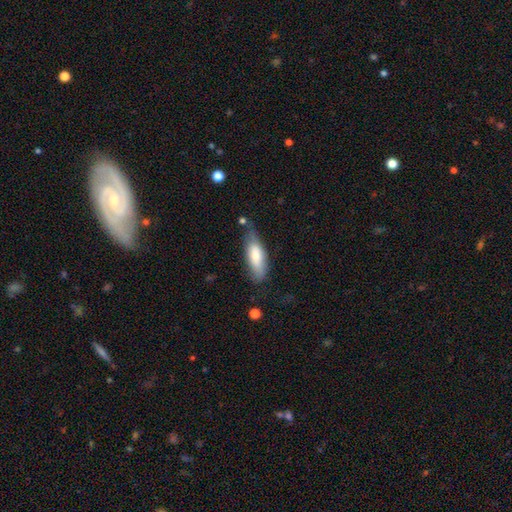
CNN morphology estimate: Smooth or featured? Predicted: smooth (p=0.74). How rounded? Predicted: in between (p=0.61). Merging? Predicted: none (p=0.57).